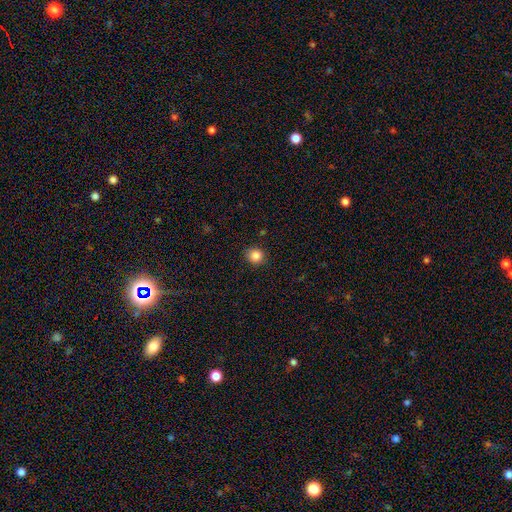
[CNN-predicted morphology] smooth-or-featured: smooth: 86% | star or artifact: 11% | featured or disk: 4%
  how-rounded: round: 84% | in between: 15% | cigar-shaped: 1%
  merging: none: 89% | minor disturbance: 8% | major disturbance: 2% | merger: 1%